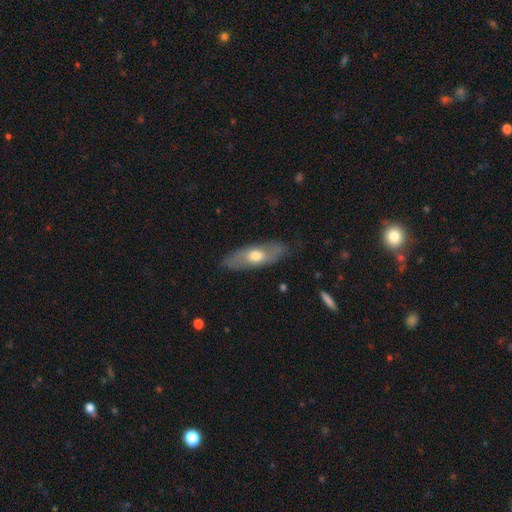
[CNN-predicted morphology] smooth_or_featured: smooth (p=0.52) [alt: featured or disk p=0.42]
how_rounded: in between (p=0.64) [alt: cigar-shaped p=0.33]
merging: none (p=0.79) [alt: minor disturbance p=0.16]